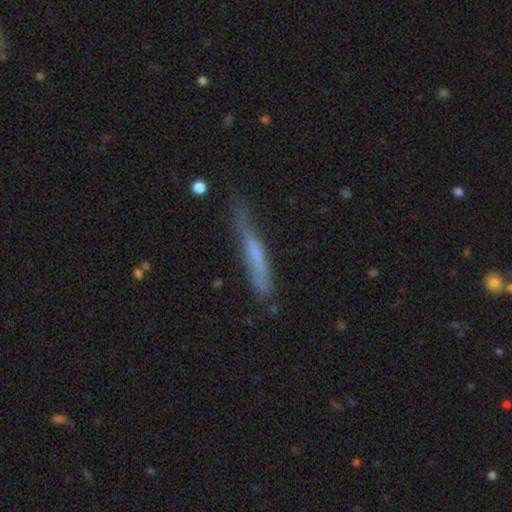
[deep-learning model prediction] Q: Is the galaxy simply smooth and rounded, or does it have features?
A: smooth — 53%.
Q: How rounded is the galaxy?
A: cigar-shaped — 93%.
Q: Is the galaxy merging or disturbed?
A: none — 57%.